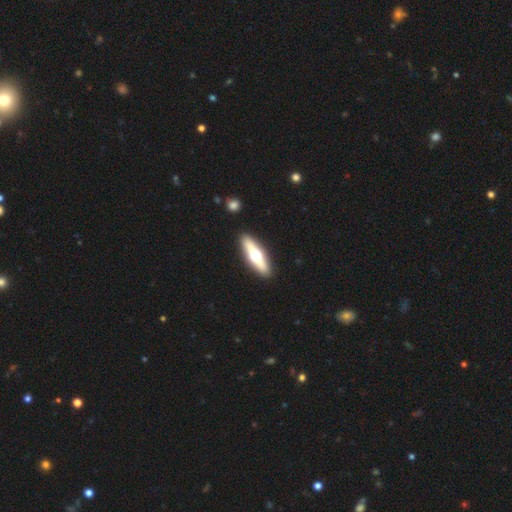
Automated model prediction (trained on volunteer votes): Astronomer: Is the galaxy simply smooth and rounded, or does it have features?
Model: featured or disk — 57% (runner-up: smooth, 38%).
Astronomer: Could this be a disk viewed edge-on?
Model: yes — 90%.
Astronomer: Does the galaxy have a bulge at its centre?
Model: rounded — 95%.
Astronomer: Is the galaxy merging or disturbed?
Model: none — 90%.